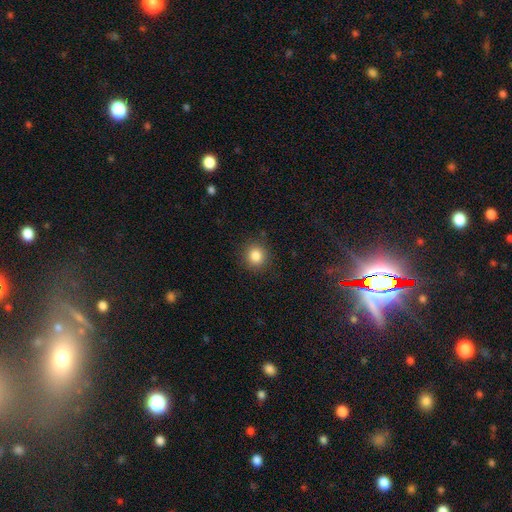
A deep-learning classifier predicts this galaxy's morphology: Q: Smooth or featured?
A: smooth (85%); runner-up: star or artifact (11%)
Q: How rounded?
A: round (89%); runner-up: in between (10%)
Q: Merging?
A: none (89%); runner-up: minor disturbance (7%)